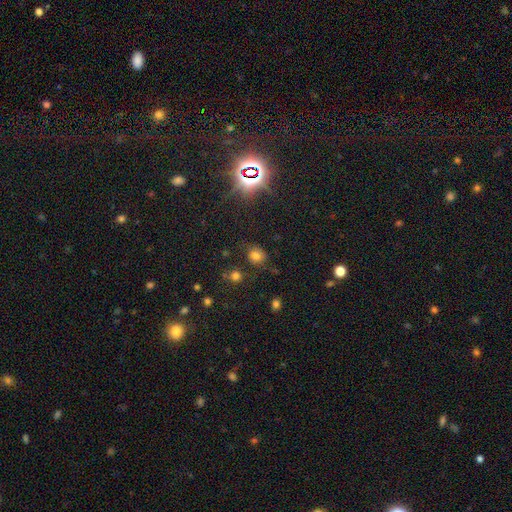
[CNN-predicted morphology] A smooth galaxy with no disk features (71%) that is round (61%). Merging: none (73%).